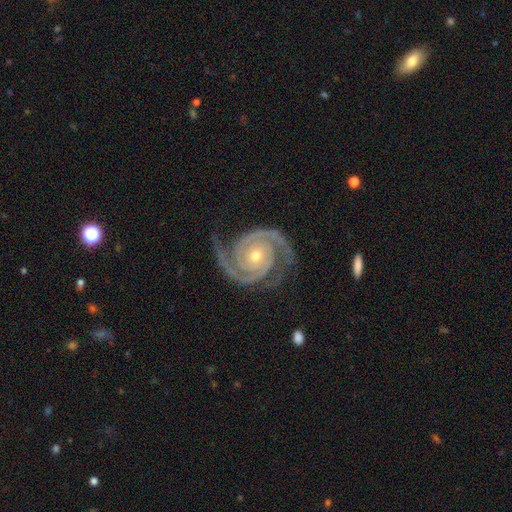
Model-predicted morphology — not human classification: A featured or disk galaxy (94%) with no bar (76%), 2 (90%) tight (69%) spiral arms (99%) and a small central bulge (55%).

Vote fractions:
- Smooth or featured? featured or disk: 94% / star or artifact: 4% / smooth: 2%
- Edge-on disk? no: 98% / yes: 2%
- Bar? no: 76% / weak: 15% / strong: 9%
- Spiral arms? yes: 99% / no: 1%
- Spiral winding? tight: 69% / medium: 27% / loose: 4%
- Spiral arm count? 2: 90% / 3: 4% / can't tell: 2% / 4: 1% / 1: 1% / more than 4: 1%
- Bulge size? small: 55% / moderate: 42% / large: 1% / none: 1% / dominant: 1%
- Merging? none: 81% / minor disturbance: 14% / major disturbance: 4% / merger: 1%